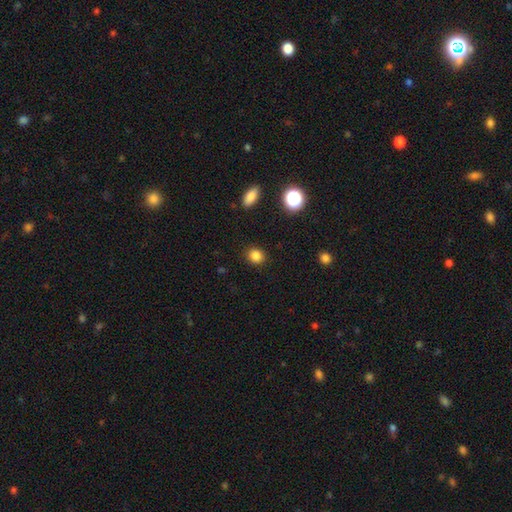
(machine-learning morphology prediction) Q: Smooth or featured?
A: smooth (84%); runner-up: star or artifact (12%)
Q: How rounded?
A: round (69%); runner-up: in between (30%)
Q: Merging?
A: none (89%); runner-up: minor disturbance (7%)